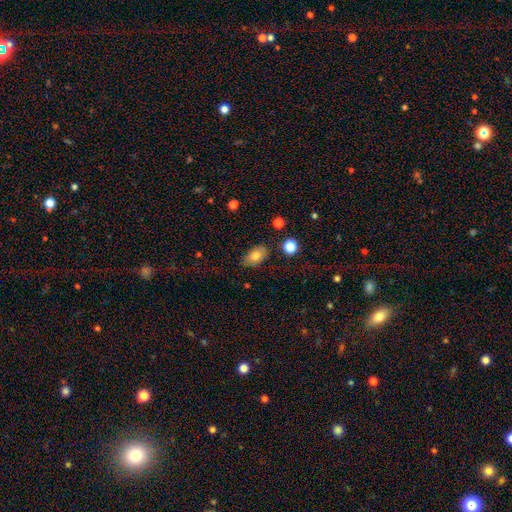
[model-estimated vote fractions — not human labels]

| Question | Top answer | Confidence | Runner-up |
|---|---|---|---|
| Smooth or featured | smooth | 77% | featured or disk (14%) |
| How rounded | in between | 90% | round (9%) |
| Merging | none | 80% | minor disturbance (15%) |